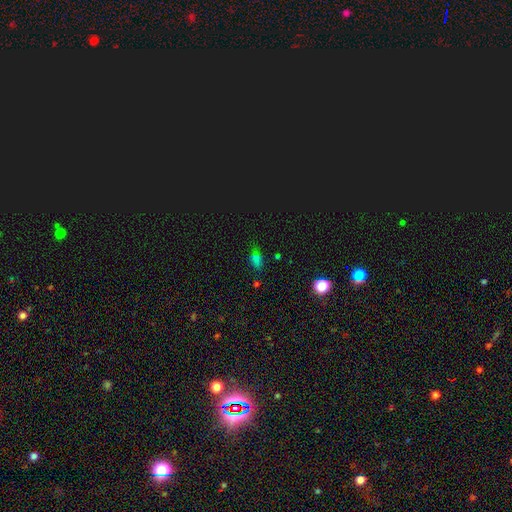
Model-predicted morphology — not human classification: A smooth galaxy with no disk features (57%) that is in between round and cigar-shaped (76%).

Vote fractions:
- Smooth or featured? smooth: 57% / star or artifact: 35% / featured or disk: 8%
- How rounded? in between: 76% / round: 14% / cigar-shaped: 9%
- Merging? none: 63% / minor disturbance: 22% / major disturbance: 9% / merger: 5%